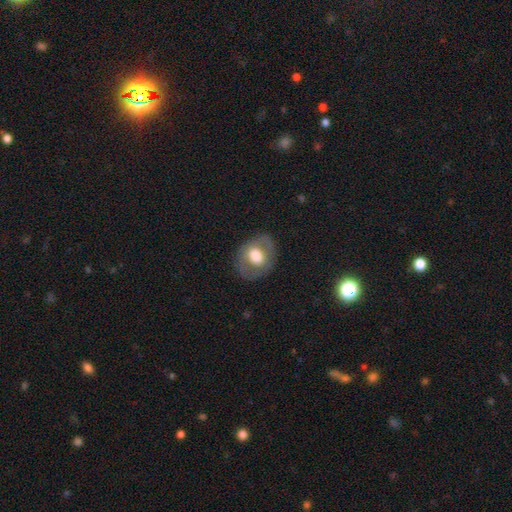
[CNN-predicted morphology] Smooth or featured? smooth (55%)
How rounded? in between (52%)
Merging? none (77%)